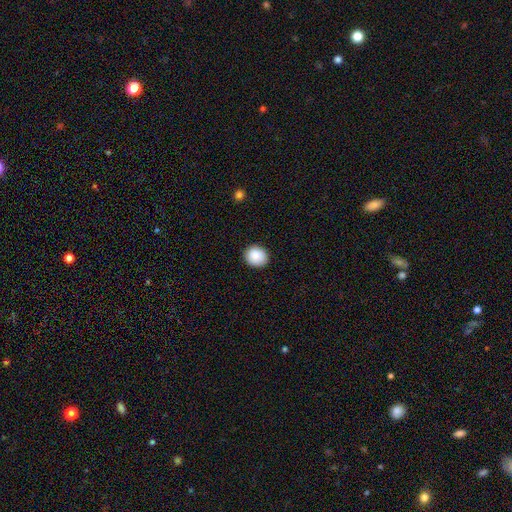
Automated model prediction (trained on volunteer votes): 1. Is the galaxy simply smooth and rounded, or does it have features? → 89% smooth, 8% star or artifact, 3% featured or disk.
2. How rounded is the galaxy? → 78% round, 21% in between, 1% cigar-shaped.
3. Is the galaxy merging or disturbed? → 89% none, 8% minor disturbance, 2% major disturbance, 1% merger.